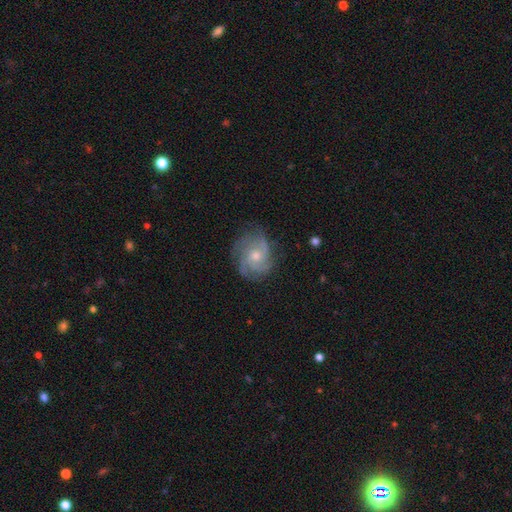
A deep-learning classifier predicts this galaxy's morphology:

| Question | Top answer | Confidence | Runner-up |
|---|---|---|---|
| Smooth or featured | featured or disk | 78% | smooth (13%) |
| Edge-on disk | no | 97% | yes (3%) |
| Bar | no | 74% | weak (23%) |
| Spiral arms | yes | 95% | no (5%) |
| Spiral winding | tight | 48% | medium (40%) |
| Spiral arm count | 3 | 31% | 4 (25%) |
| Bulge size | moderate | 55% | small (40%) |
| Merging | none | 76% | minor disturbance (16%) |